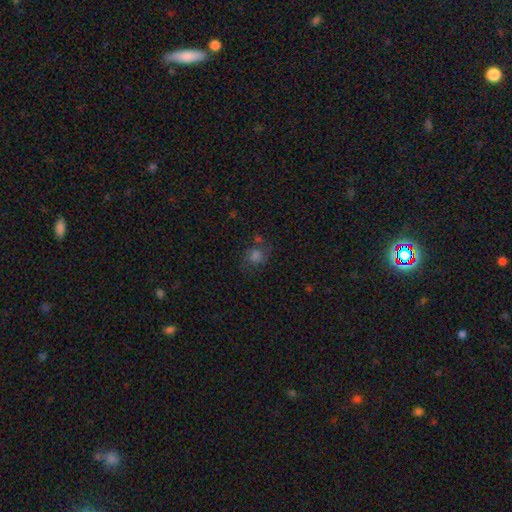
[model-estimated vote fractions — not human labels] smooth_or_featured: smooth (p=0.56) [alt: star or artifact p=0.24]
how_rounded: round (p=0.73) [alt: in between p=0.25]
merging: none (p=0.61) [alt: minor disturbance p=0.19]